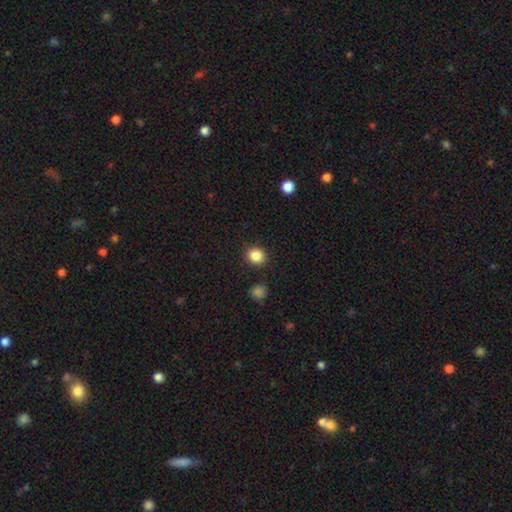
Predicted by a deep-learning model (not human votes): This is clearly a smooth galaxy (86%). How rounded: clearly round (81%). Merging: clearly none (88%).